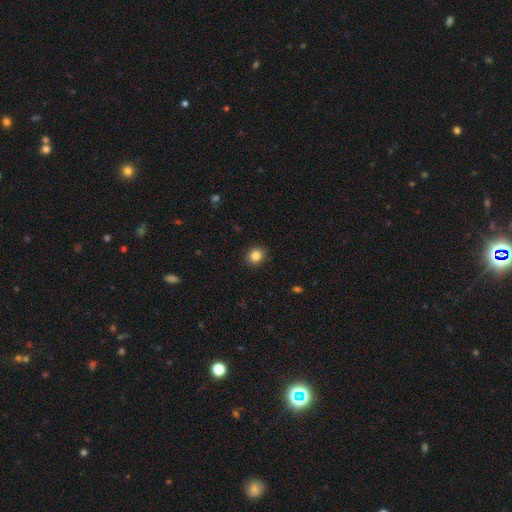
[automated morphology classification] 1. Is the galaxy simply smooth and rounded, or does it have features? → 85% smooth, 11% star or artifact, 5% featured or disk.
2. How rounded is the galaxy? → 79% round, 21% in between, 1% cigar-shaped.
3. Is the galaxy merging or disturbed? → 91% none, 6% minor disturbance, 2% major disturbance, 1% merger.